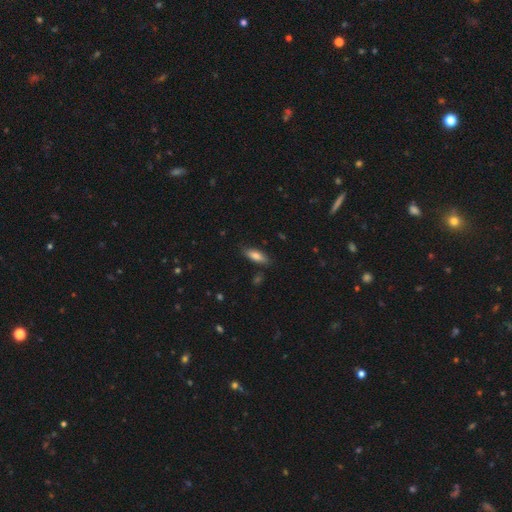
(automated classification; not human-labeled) This appears to be a smooth galaxy with no disk features (76%) that is in between round and cigar-shaped (55%). Merging: none (82%).